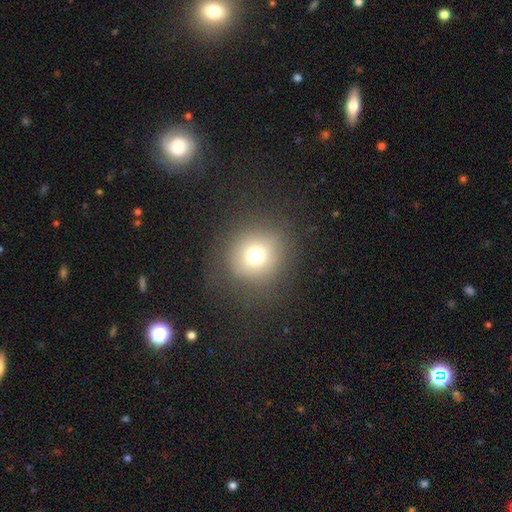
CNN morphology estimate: Q: Smooth or featured?
A: smooth (71%); runner-up: star or artifact (17%)
Q: How rounded?
A: round (89%); runner-up: in between (10%)
Q: Merging?
A: none (83%); runner-up: minor disturbance (9%)